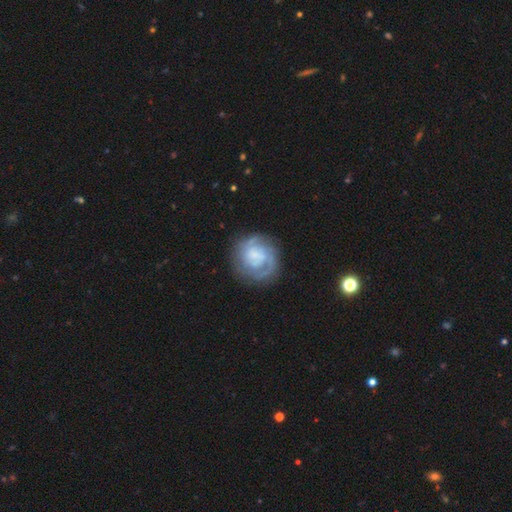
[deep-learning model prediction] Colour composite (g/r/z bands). It shows a featured or disk galaxy (73%) with no bar (62%), 2 (37%) tight (54%) spiral arms (88%) and no central bulge (35%). Merging: none (71%).